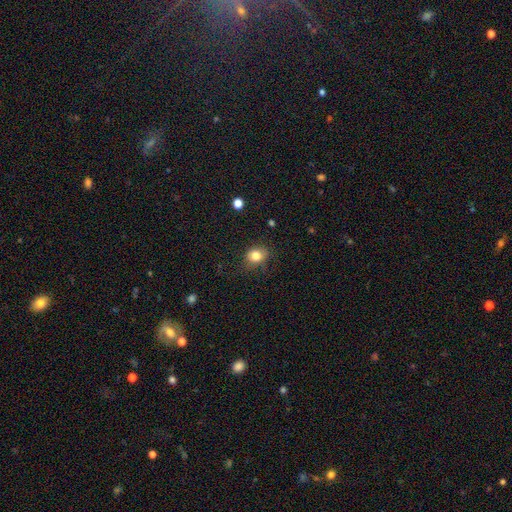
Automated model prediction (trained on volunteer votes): This is clearly a smooth galaxy (81%). How rounded: possibly round (60%). Merging: likely none (72%).